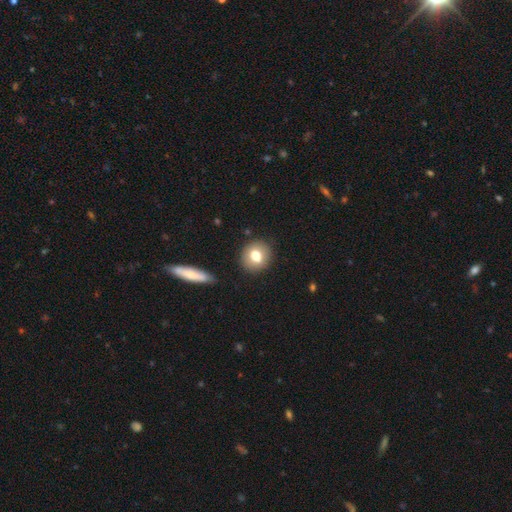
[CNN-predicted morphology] Smooth or featured: smooth — 74% (featured or disk — 17%)
How rounded: round — 83% (in between — 16%)
Merging: none — 88% (minor disturbance — 8%)